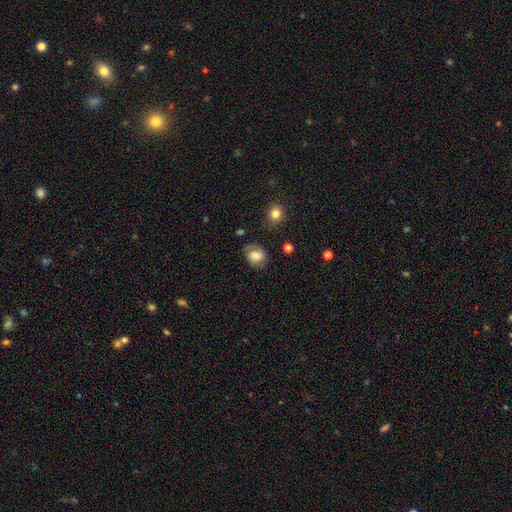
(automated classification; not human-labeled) The model was most divided on "how rounded": round: 57%, in between: 42%, cigar-shaped: 1%. More confident: smooth or featured — smooth (72%); merging — none (63%).